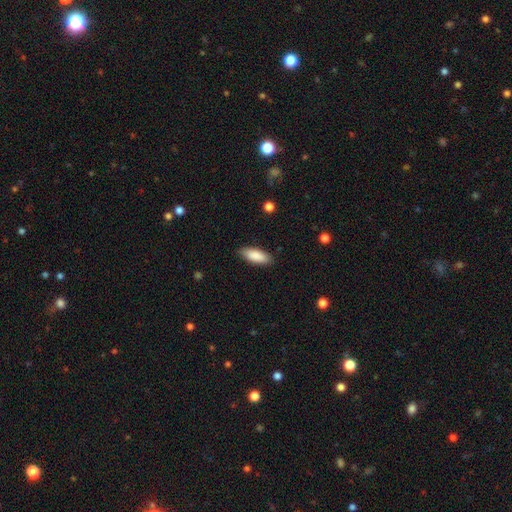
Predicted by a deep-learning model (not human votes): smooth 88%, featured or disk 7%, star or artifact 6%. Down the decision tree: how rounded — in between (73%); merging — none (87%).